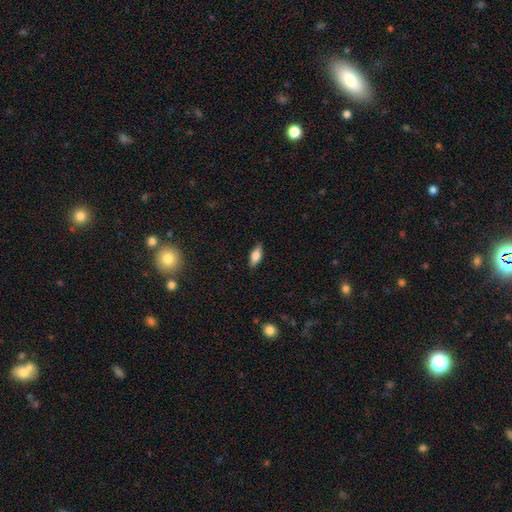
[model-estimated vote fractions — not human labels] A smooth galaxy with no disk features (73%) that is in between round and cigar-shaped (77%). Merging: none (86%).